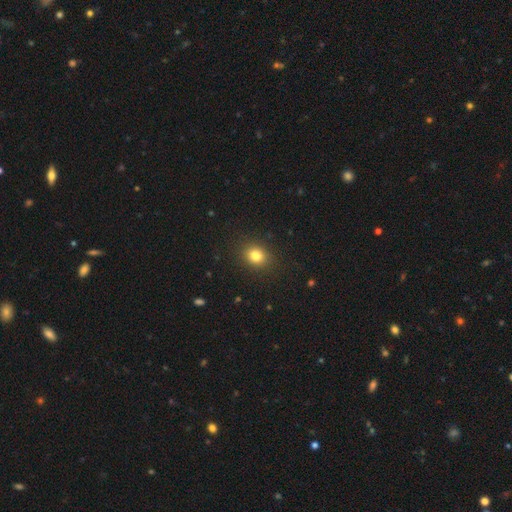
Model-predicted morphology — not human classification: type=smooth (81%); roundness=round (65%); merging=none (89%).